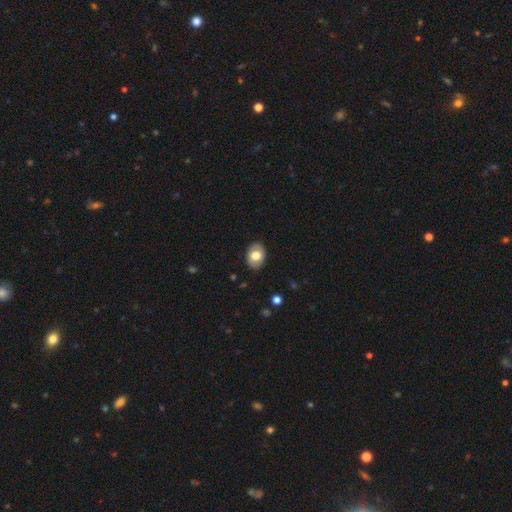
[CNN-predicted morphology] Smooth or featured?
  - smooth: 70% *
  - featured or disk: 23%
  - star or artifact: 7%
How rounded?
  - in between: 75% *
  - round: 24%
  - cigar-shaped: 1%
Merging?
  - none: 87% *
  - minor disturbance: 10%
  - major disturbance: 2%
  - merger: 1%